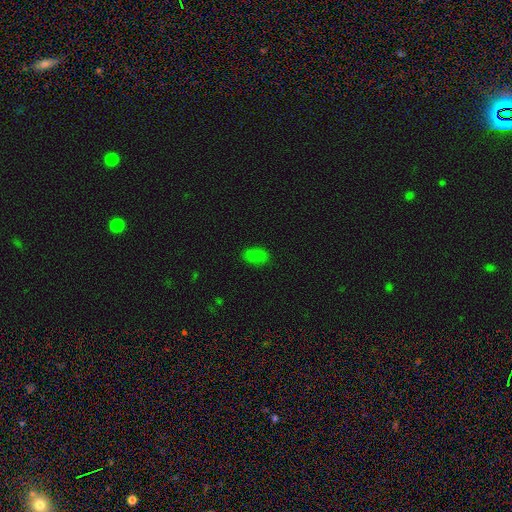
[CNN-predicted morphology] Q: Smooth or featured?
A: smooth (77%); runner-up: star or artifact (16%)
Q: How rounded?
A: in between (87%); runner-up: round (11%)
Q: Merging?
A: none (80%); runner-up: minor disturbance (15%)